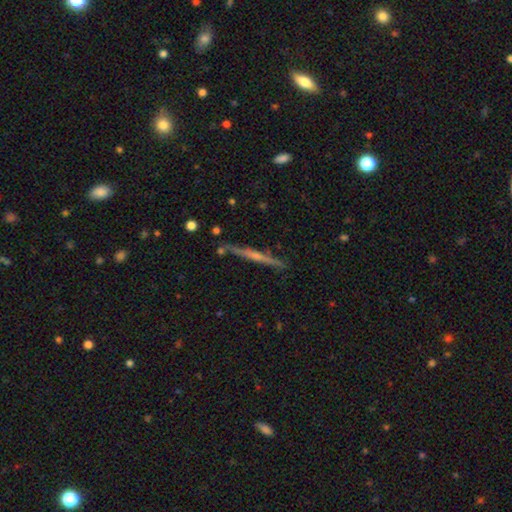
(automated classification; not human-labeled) Overall: featured or disk (68%). Edge-on disk: yes (97%). Edge-on bulge: rounded (49%; none 41%). Merging: none (86%).